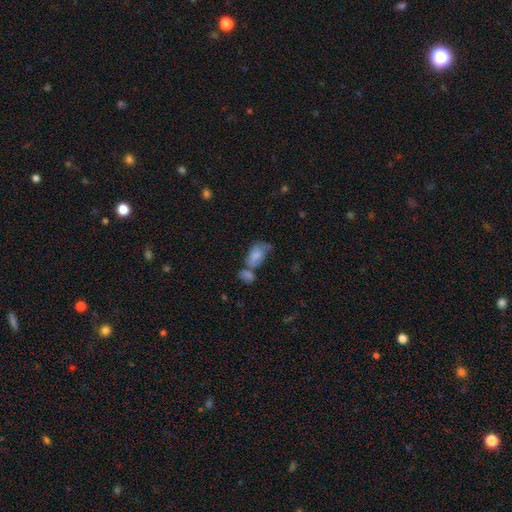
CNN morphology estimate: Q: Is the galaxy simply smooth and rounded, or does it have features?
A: smooth — 73%.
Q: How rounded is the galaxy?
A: in between — 89%.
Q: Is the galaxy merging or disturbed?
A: merger — 39%.